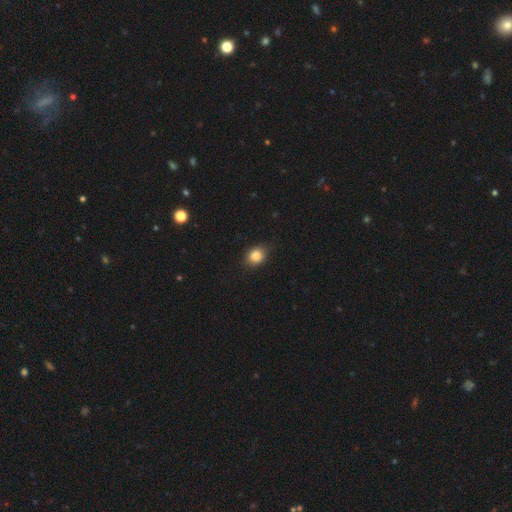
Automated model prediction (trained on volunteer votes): A smooth galaxy with no disk features (83%) that is round (55%).

Vote fractions:
- Smooth or featured? smooth: 83% / star or artifact: 10% / featured or disk: 7%
- How rounded? round: 55% / in between: 44% / cigar-shaped: 1%
- Merging? none: 81% / minor disturbance: 16% / major disturbance: 3% / merger: 1%